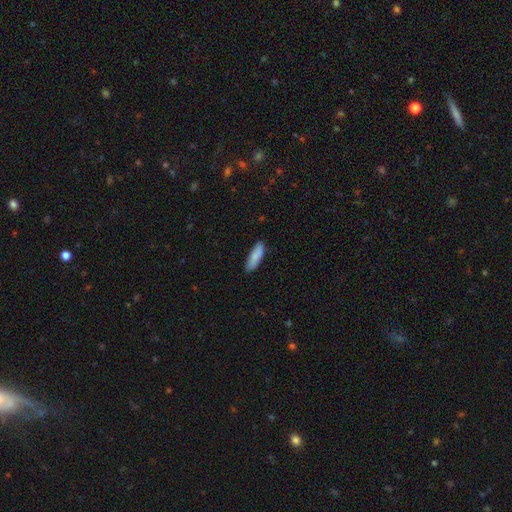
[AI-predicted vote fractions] smooth 84%, featured or disk 11%, star or artifact 6%. Down the decision tree: how rounded — cigar-shaped (51%); merging — none (86%).